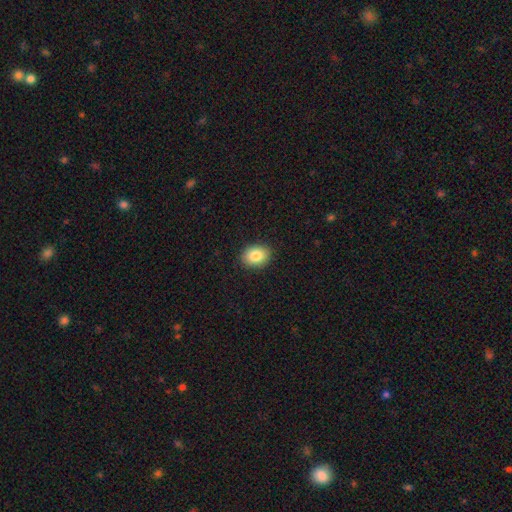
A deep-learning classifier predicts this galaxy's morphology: Smooth or featured? Predicted: smooth (p=0.85). How rounded? Predicted: in between (p=0.60). Merging? Predicted: none (p=0.90).